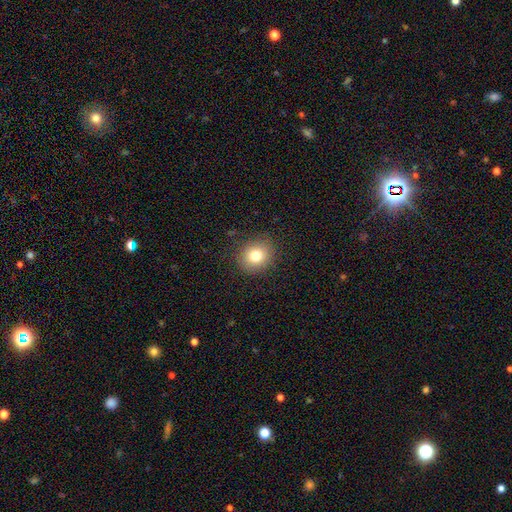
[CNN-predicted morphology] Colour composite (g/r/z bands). It shows a smooth galaxy with no disk features (78%) that is round (78%). Merging: none (87%).